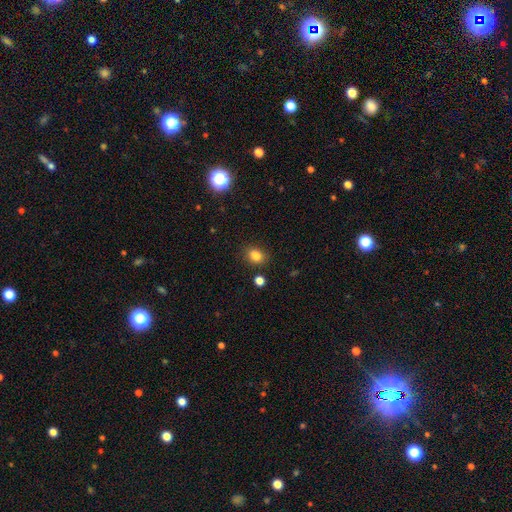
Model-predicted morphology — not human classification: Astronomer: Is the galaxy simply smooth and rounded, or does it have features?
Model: smooth — 83%.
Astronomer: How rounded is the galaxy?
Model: in between — 55% (runner-up: round, 44%).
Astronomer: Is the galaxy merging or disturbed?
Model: none — 83%.